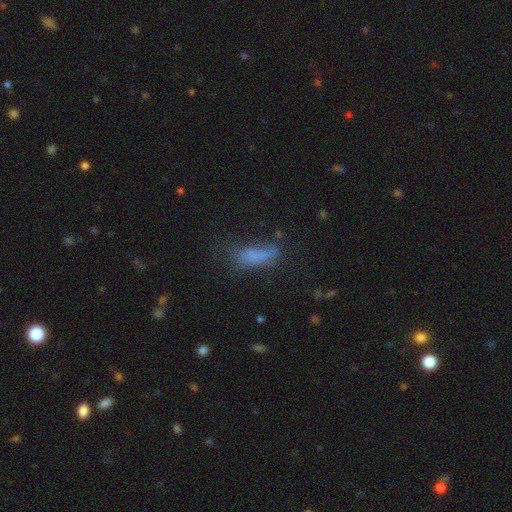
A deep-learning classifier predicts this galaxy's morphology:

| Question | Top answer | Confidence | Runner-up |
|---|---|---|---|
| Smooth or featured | smooth | 67% | featured or disk (17%) |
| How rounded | in between | 57% | cigar-shaped (40%) |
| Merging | none | 41% | major disturbance (27%) |